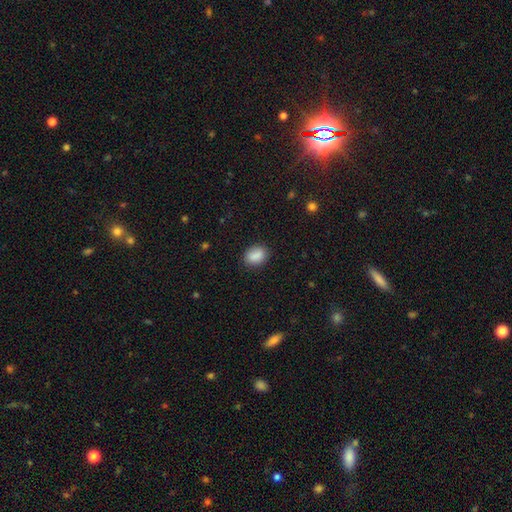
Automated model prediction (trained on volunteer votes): Morphology: type=smooth (88%); roundness=in between (72%); merging=none (84%).